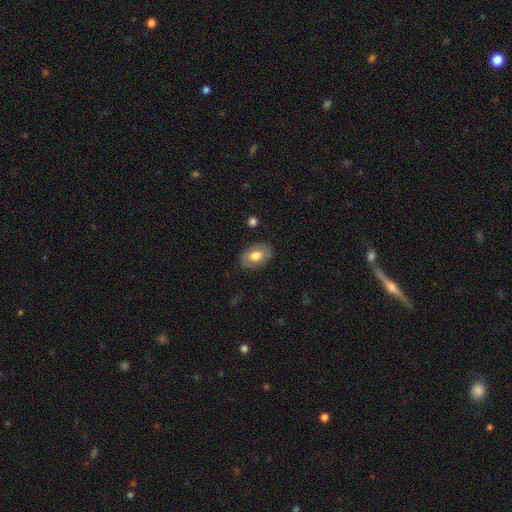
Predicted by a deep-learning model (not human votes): A smooth galaxy with no disk features (67%) that is in between round and cigar-shaped (85%). Merging: none (84%).